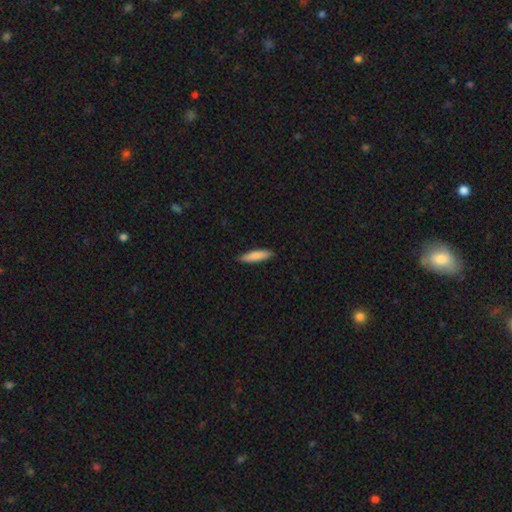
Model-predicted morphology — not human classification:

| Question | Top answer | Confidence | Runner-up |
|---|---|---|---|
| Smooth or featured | smooth | 81% | featured or disk (14%) |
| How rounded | cigar-shaped | 75% | in between (23%) |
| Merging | none | 89% | minor disturbance (9%) |